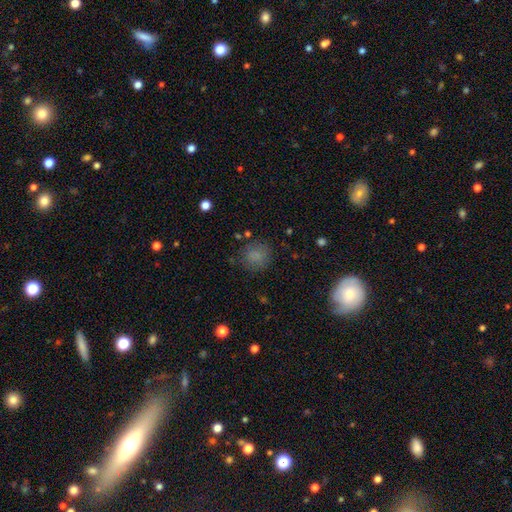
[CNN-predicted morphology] Smooth or featured? smooth (80%)
How rounded? round (87%)
Merging? none (81%)